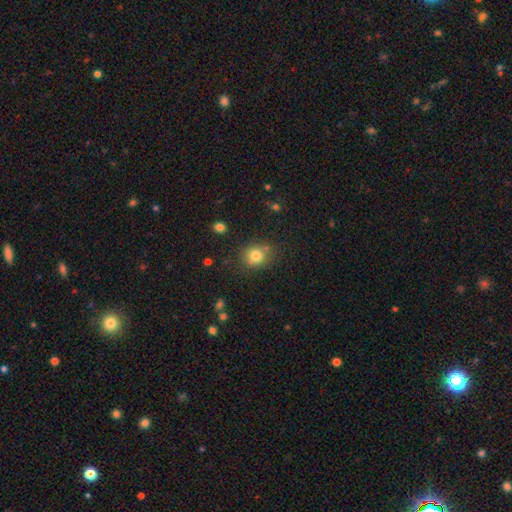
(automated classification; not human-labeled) Smooth or featured?
  - smooth: 81% *
  - star or artifact: 12%
  - featured or disk: 7%
How rounded?
  - round: 78% *
  - in between: 21%
  - cigar-shaped: 1%
Merging?
  - none: 74% *
  - minor disturbance: 14%
  - merger: 7%
  - major disturbance: 4%